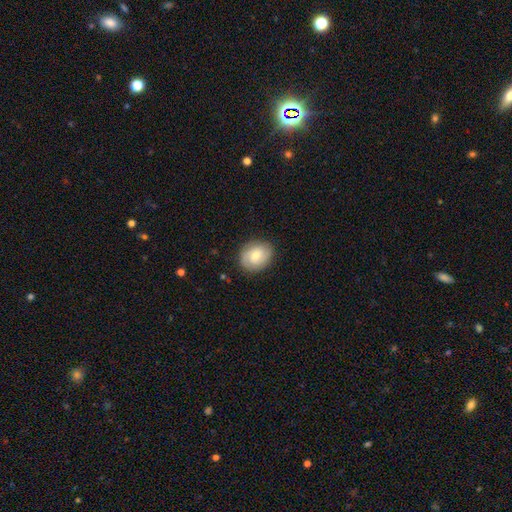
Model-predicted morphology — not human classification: smooth_or_featured: smooth (p=0.54) [alt: featured or disk p=0.39]
how_rounded: round (p=0.55) [alt: in between p=0.44]
merging: none (p=0.84) [alt: minor disturbance p=0.12]